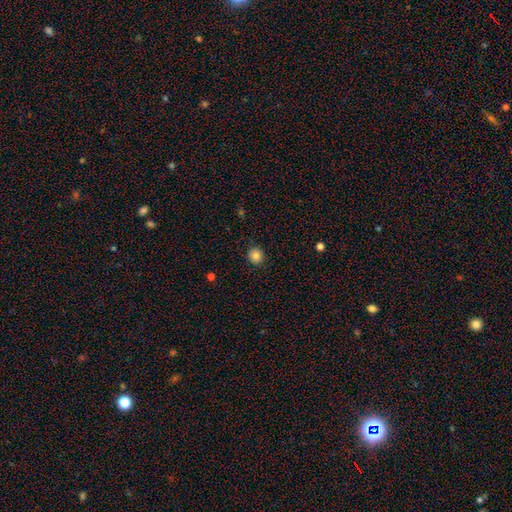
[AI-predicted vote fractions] This is clearly a smooth galaxy (82%). How rounded: clearly round (92%). Merging: clearly none (91%).